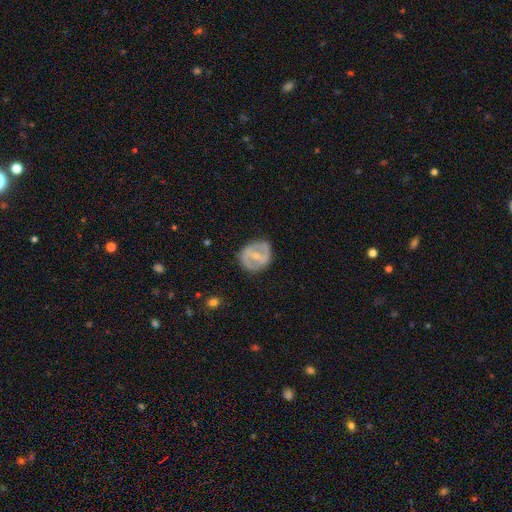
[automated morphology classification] Overall: featured or disk (64%; smooth 30%). Edge-on disk: no (95%). Bar: weak (39%, tied with strong). Spiral arms: no (63%; yes 37%). Bulge size: small (51%; moderate 43%). Merging: none (79%).